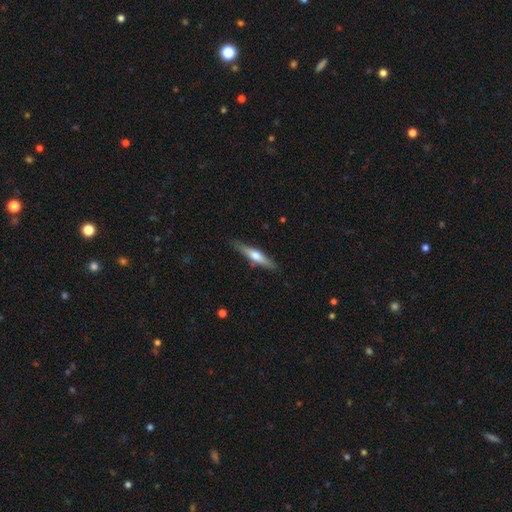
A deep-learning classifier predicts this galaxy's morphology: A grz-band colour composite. It shows a featured or disk galaxy (53%) viewed edge-on (94%) with a rounded central bulge (90%). Merging: none (87%).